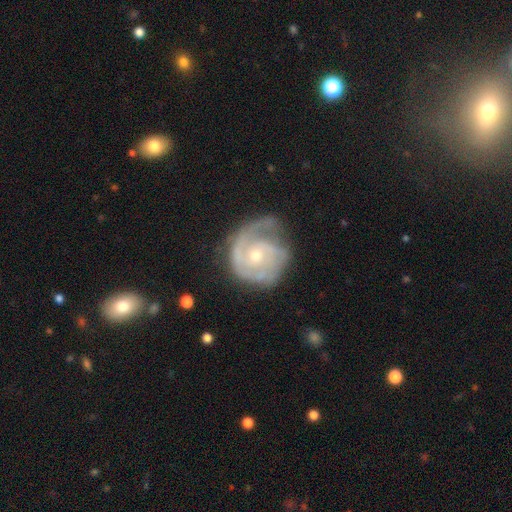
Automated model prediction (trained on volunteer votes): Smooth or featured: featured or disk — 83% (smooth — 12%)
Edge-on disk: no — 98% (yes — 2%)
Bar: no — 71% (weak — 25%)
Spiral arms: yes — 93% (no — 7%)
Spiral winding: tight — 55% (medium — 34%)
Spiral arm count: 2 — 36% (1 — 21%)
Bulge size: small — 53% (moderate — 43%)
Merging: none — 52% (minor disturbance — 26%)